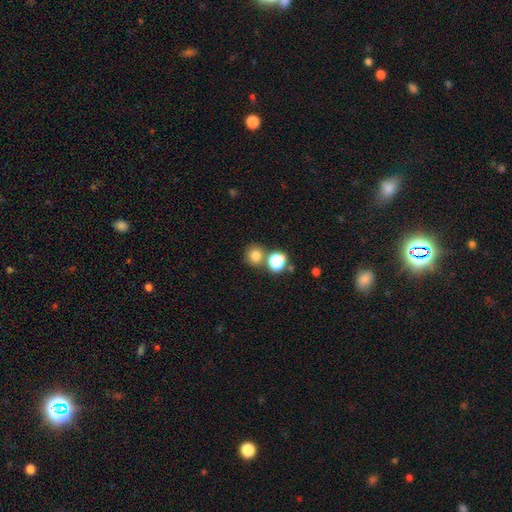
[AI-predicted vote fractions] This is likely a smooth galaxy (77%). How rounded: clearly round (86%). Merging: likely none (64%).